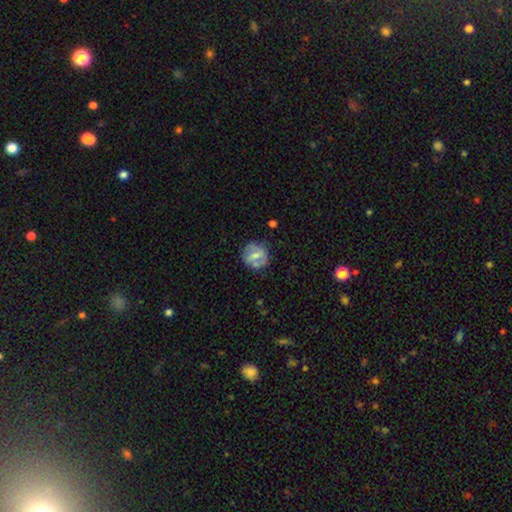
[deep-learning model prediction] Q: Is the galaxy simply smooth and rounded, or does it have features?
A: featured or disk — 51%.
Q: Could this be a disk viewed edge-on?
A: no — 96%.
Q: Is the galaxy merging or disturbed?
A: none — 68%.